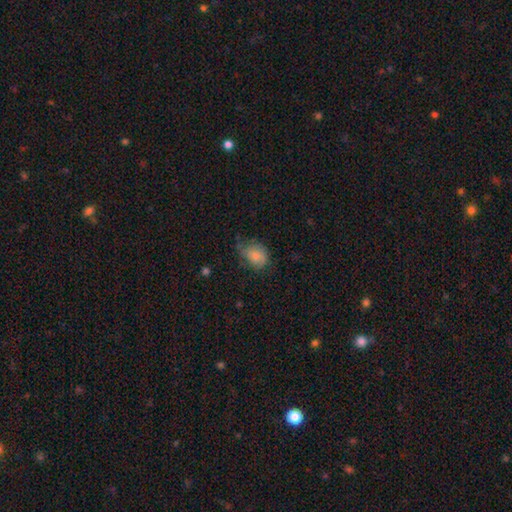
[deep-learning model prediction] Smooth or featured? smooth (77%)
How rounded? in between (64%)
Merging? none (42%)